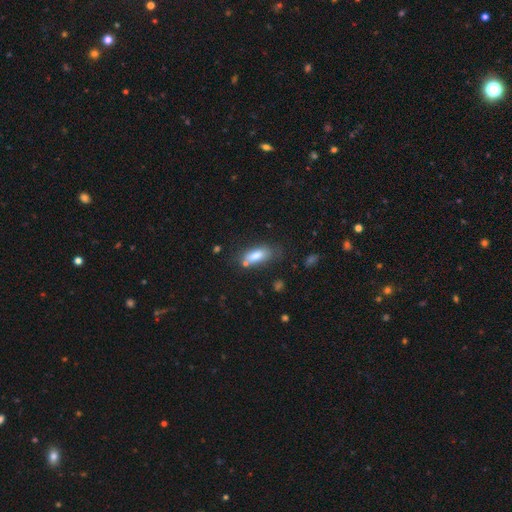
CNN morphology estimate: A smooth galaxy with no disk features (79%) that is in between round and cigar-shaped (78%).

Vote fractions:
- Smooth or featured? smooth: 79% / featured or disk: 13% / star or artifact: 8%
- How rounded? in between: 78% / cigar-shaped: 19% / round: 3%
- Merging? none: 62% / minor disturbance: 22% / merger: 8% / major disturbance: 8%